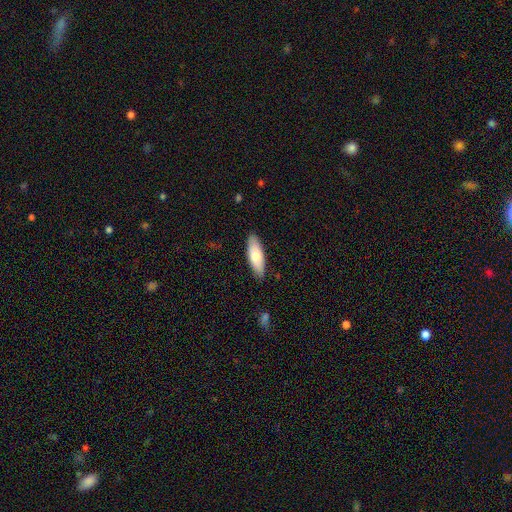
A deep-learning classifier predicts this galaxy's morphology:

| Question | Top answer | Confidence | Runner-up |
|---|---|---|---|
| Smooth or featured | smooth | 70% | featured or disk (24%) |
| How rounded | in between | 66% | cigar-shaped (33%) |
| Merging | none | 87% | minor disturbance (10%) |